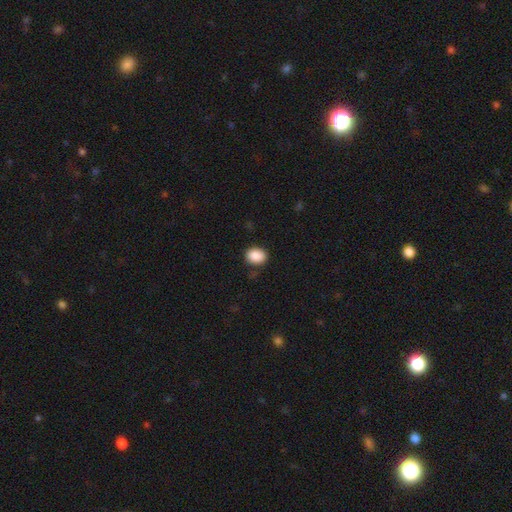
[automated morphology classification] Overall: smooth (88%). How rounded: in between (53%; round 46%). Merging: none (81%).